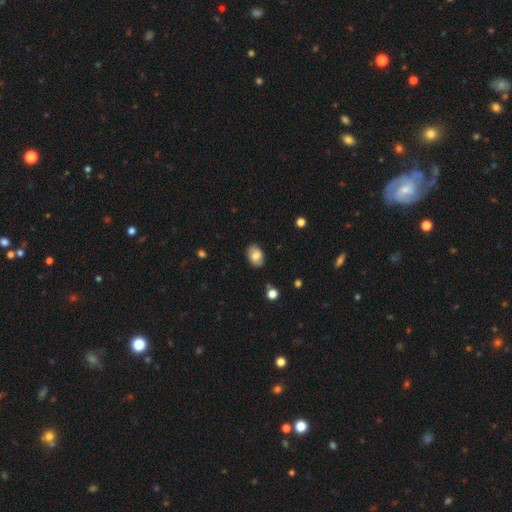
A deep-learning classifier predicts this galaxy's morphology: Smooth or featured? smooth (75%)
How rounded? in between (88%)
Merging? none (83%)